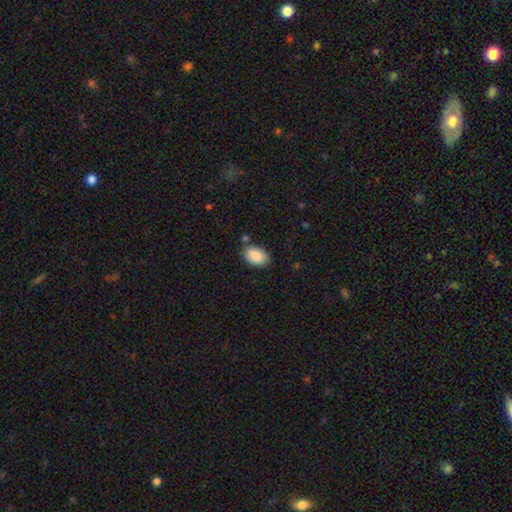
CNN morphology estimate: This appears to be a smooth galaxy with no disk features (87%) that is in between round and cigar-shaped (91%). Merging: none (78%).